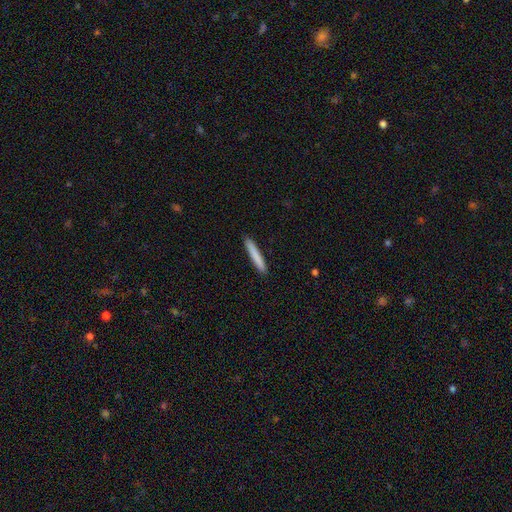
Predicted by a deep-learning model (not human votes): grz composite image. It shows a smooth galaxy with no disk features (81%) that is cigar-shaped (96%). Merging: none (92%).